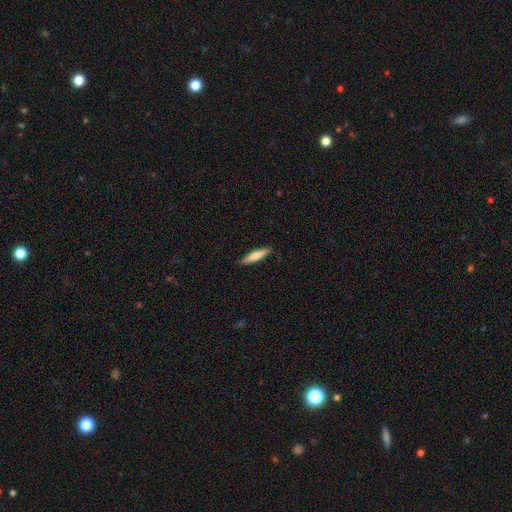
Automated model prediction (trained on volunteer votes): The model was most divided on "smooth or featured": smooth: 60%, featured or disk: 35%, star or artifact: 5%. More confident: merging — none (89%); how rounded — cigar-shaped (86%).